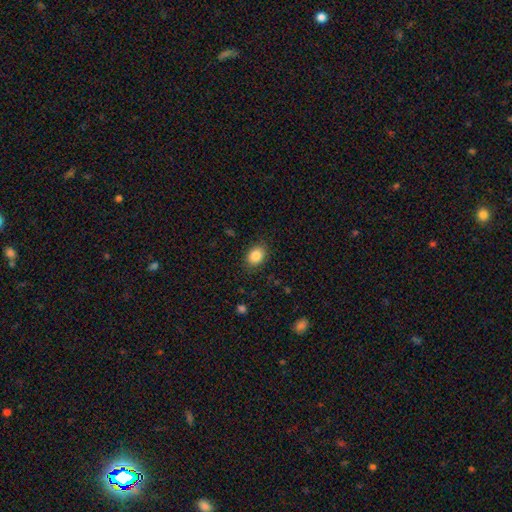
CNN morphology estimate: Smooth or featured? Predicted: smooth (p=0.86). How rounded? Predicted: in between (p=0.65). Merging? Predicted: none (p=0.85).